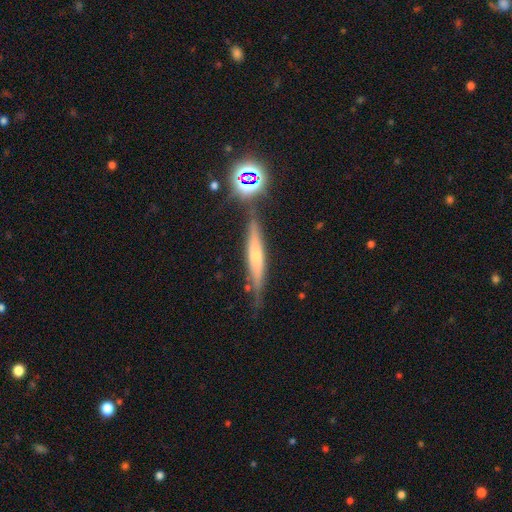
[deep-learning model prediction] smooth-or-featured: featured or disk: 53% | smooth: 33% | star or artifact: 14%
  disk-edge-on: yes: 90% | no: 10%
  merging: none: 74% | minor disturbance: 16% | merger: 6% | major disturbance: 4%